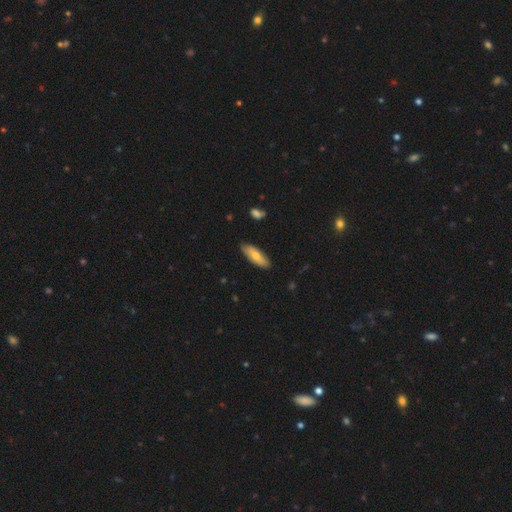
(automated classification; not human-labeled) Smooth or featured?
  - smooth: 69% *
  - featured or disk: 26%
  - star or artifact: 5%
How rounded?
  - in between: 60% *
  - cigar-shaped: 38%
  - round: 2%
Merging?
  - none: 86% *
  - minor disturbance: 11%
  - major disturbance: 2%
  - merger: 1%